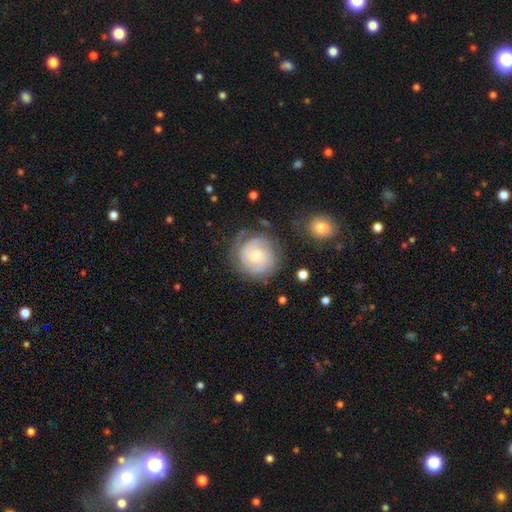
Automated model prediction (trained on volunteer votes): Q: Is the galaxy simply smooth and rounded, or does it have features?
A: featured or disk — 66%.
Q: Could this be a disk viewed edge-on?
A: no — 98%.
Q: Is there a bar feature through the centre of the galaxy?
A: no — 69%.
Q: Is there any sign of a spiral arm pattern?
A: yes — 89%.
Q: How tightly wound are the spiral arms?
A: tight — 60%.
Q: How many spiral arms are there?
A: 2 — 39%.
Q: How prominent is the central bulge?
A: small — 58%.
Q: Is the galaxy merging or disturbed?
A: none — 70%.